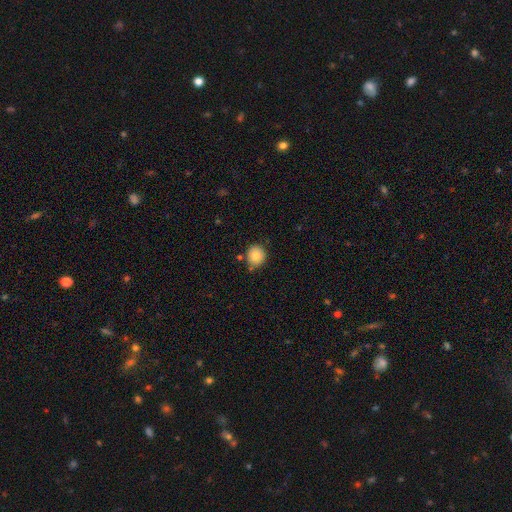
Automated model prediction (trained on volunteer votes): smooth-or-featured: smooth: 82% | star or artifact: 9% | featured or disk: 9%
  how-rounded: round: 87% | in between: 12% | cigar-shaped: 1%
  merging: none: 79% | minor disturbance: 13% | merger: 5% | major disturbance: 3%